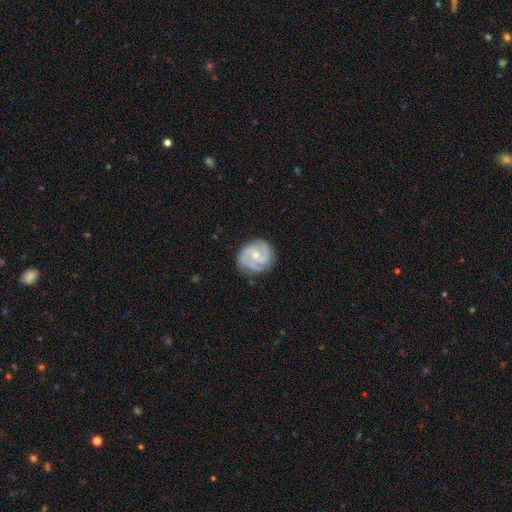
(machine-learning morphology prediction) Smooth or featured? Predicted: featured or disk (p=0.83). Edge-on disk? Predicted: no (p=0.98). Bar? Predicted: no (p=0.66). Spiral arms? Predicted: yes (p=0.96). Spiral winding? Predicted: tight (p=0.49). Spiral arm count? Predicted: 3 (p=0.46). Bulge size? Predicted: small (p=0.56). Merging? Predicted: none (p=0.76).